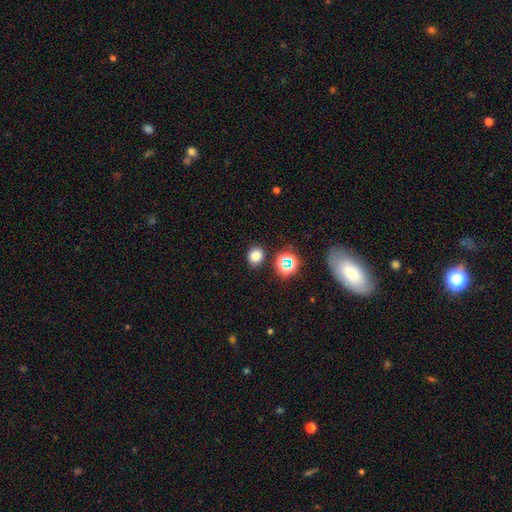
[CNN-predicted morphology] A smooth galaxy with no disk features (76%) that is round (67%).

Vote fractions:
- Smooth or featured? smooth: 76% / star or artifact: 17% / featured or disk: 7%
- How rounded? round: 67% / in between: 32% / cigar-shaped: 1%
- Merging? none: 85% / minor disturbance: 8% / merger: 4% / major disturbance: 3%